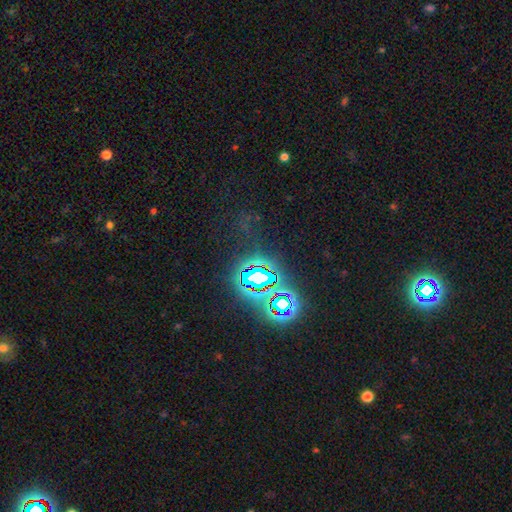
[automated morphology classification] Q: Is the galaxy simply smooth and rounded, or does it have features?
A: star or artifact — 76%.